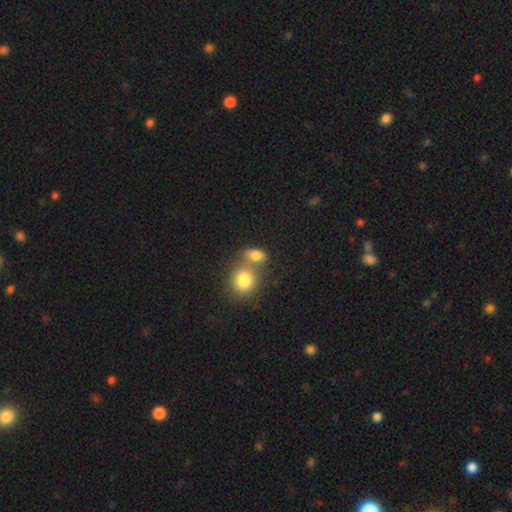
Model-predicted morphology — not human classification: Smooth or featured?
  - smooth: 81% *
  - star or artifact: 11%
  - featured or disk: 9%
How rounded?
  - in between: 62% *
  - round: 36%
  - cigar-shaped: 2%
Merging?
  - merger: 46% *
  - none: 39%
  - minor disturbance: 10%
  - major disturbance: 4%